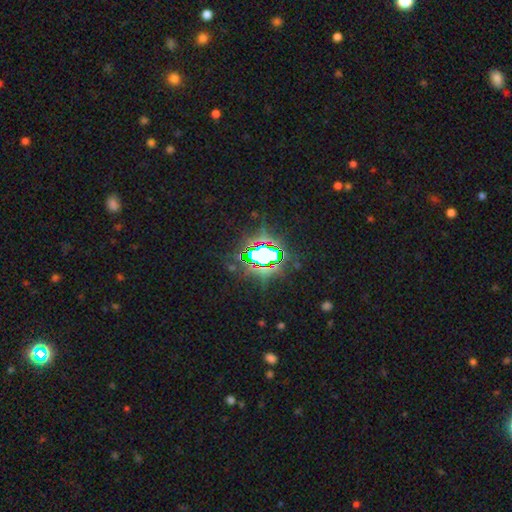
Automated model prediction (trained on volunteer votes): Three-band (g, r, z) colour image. It shows a star or artifact, not a galaxy (79%).